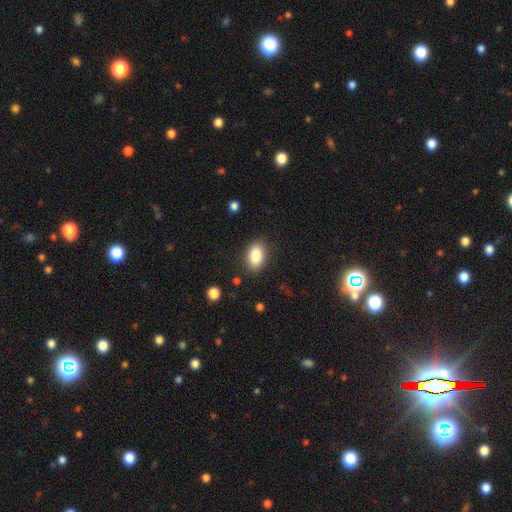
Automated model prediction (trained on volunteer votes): A smooth galaxy with no disk features (85%) that is in between round and cigar-shaped (89%). Merging: none (85%).